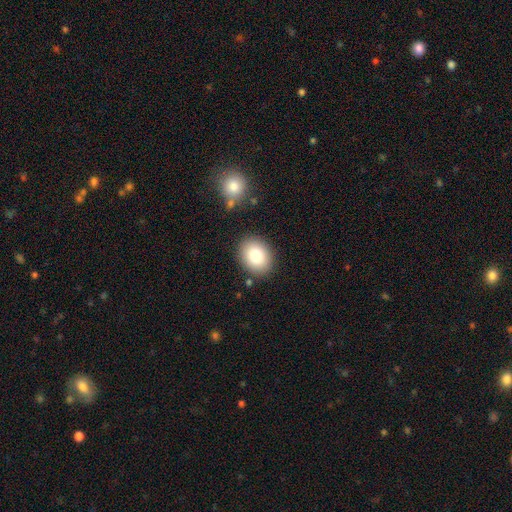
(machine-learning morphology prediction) smooth-or-featured: smooth: 83% | featured or disk: 9% | star or artifact: 8%
  how-rounded: in between: 59% | round: 40% | cigar-shaped: 1%
  merging: none: 86% | minor disturbance: 9% | major disturbance: 3% | merger: 2%